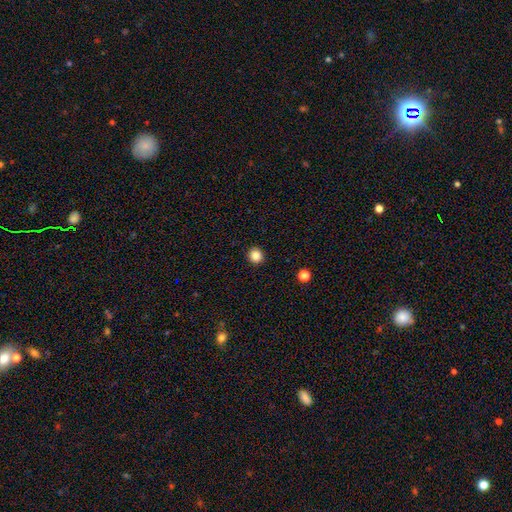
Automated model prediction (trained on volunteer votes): This appears to be a smooth galaxy with no disk features (86%) that is round (92%). Merging: none (93%).